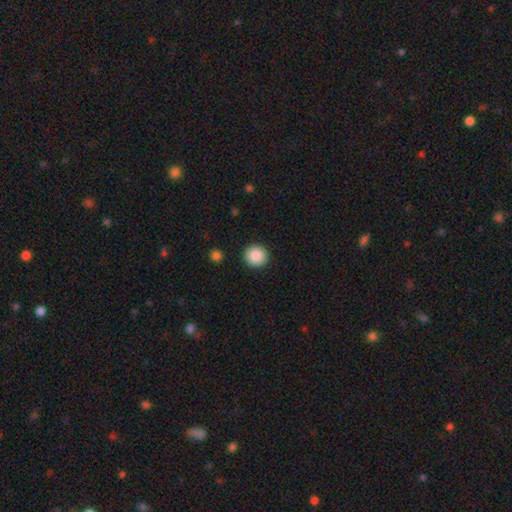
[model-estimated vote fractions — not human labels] Smooth or featured? smooth (88%)
How rounded? round (92%)
Merging? none (92%)